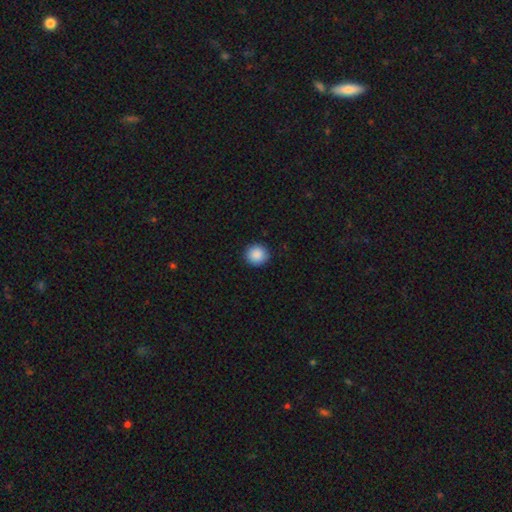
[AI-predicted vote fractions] Q: Smooth or featured?
A: smooth (89%); runner-up: star or artifact (8%)
Q: How rounded?
A: round (93%); runner-up: in between (6%)
Q: Merging?
A: none (92%); runner-up: minor disturbance (5%)